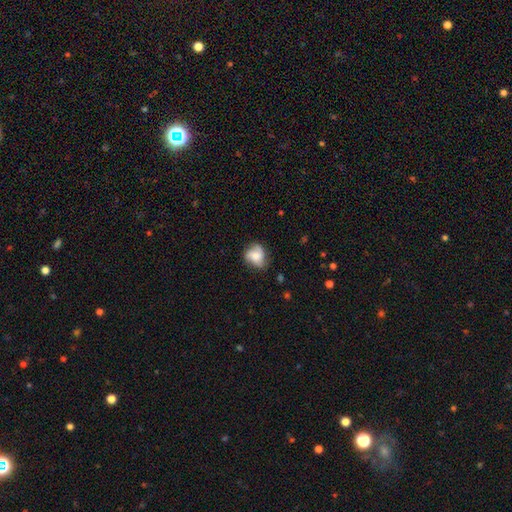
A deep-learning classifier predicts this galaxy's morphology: The model was most divided on "smooth or featured": featured or disk: 51%, smooth: 40%, star or artifact: 9%. More confident: edge-on disk — no (97%); merging — none (65%).